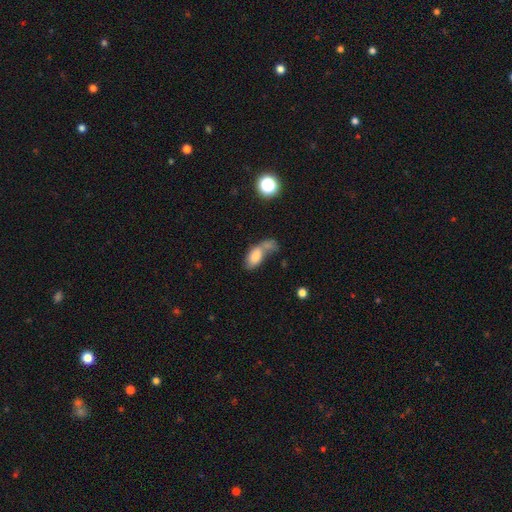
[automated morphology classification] Smooth or featured?
  - smooth: 77% *
  - featured or disk: 13%
  - star or artifact: 10%
How rounded?
  - in between: 88% *
  - round: 7%
  - cigar-shaped: 4%
Merging?
  - merger: 49% *
  - none: 23%
  - major disturbance: 15%
  - minor disturbance: 13%